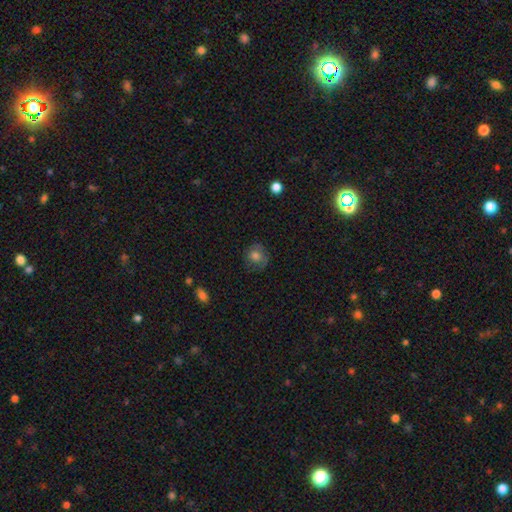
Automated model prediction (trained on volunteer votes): A smooth galaxy with no disk features (71%) that is round (81%). Merging: none (70%).